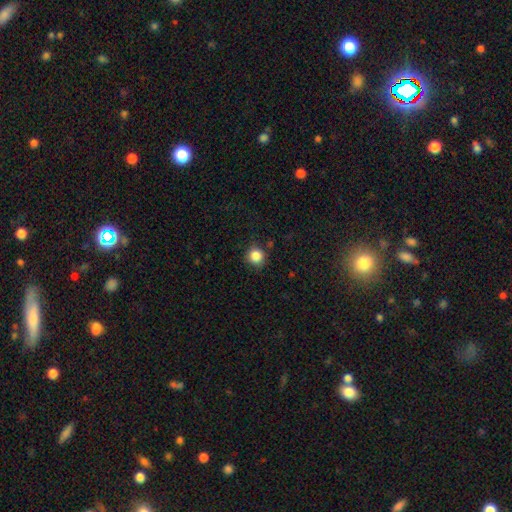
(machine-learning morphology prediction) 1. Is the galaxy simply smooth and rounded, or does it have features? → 85% smooth, 11% star or artifact, 4% featured or disk.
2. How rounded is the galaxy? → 93% round, 6% in between, 1% cigar-shaped.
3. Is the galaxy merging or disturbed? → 85% none, 10% minor disturbance, 3% major disturbance, 2% merger.